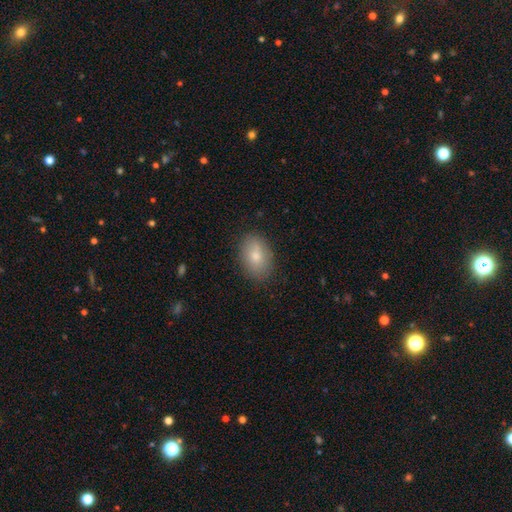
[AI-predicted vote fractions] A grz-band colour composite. It shows a smooth galaxy with no disk features (79%) that is in between round and cigar-shaped (85%). Merging: none (84%).